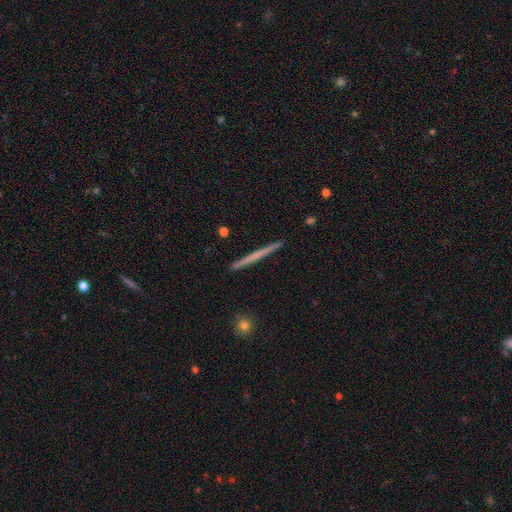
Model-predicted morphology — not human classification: smooth_or_featured: featured or disk (p=0.50) [alt: smooth p=0.44]
disk_edge_on: yes (p=0.98) [alt: no p=0.02]
merging: none (p=0.93) [alt: minor disturbance p=0.05]